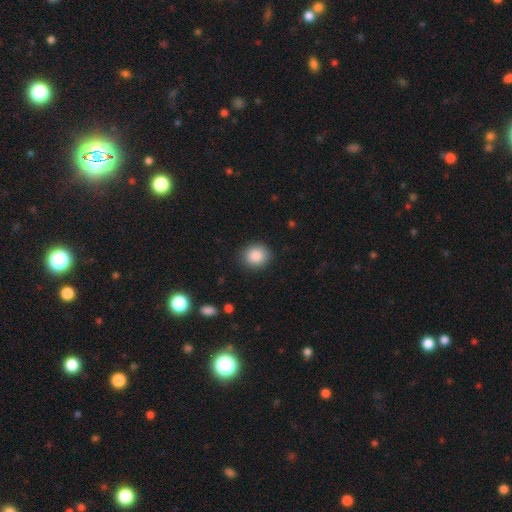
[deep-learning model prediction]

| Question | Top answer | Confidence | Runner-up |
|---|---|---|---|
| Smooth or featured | smooth | 87% | star or artifact (8%) |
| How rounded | round | 78% | in between (21%) |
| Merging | none | 89% | minor disturbance (8%) |